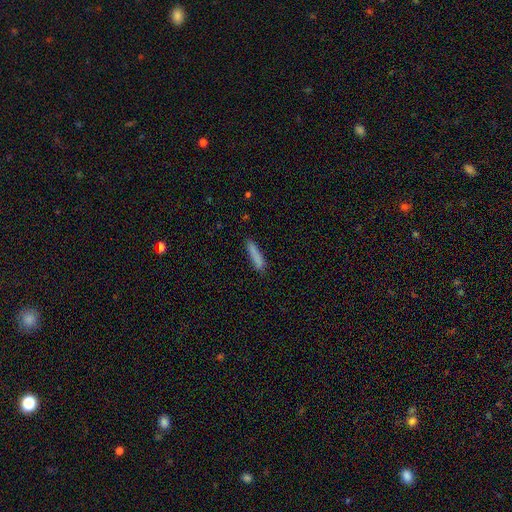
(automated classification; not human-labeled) Morphology: type=smooth (84%); roundness=cigar-shaped (89%); merging=none (83%).